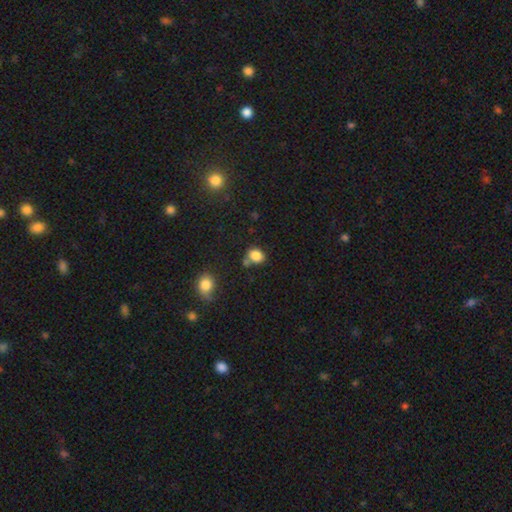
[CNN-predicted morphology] This is clearly a smooth galaxy (83%). How rounded: possibly round (50%). Merging: possibly none (57%).